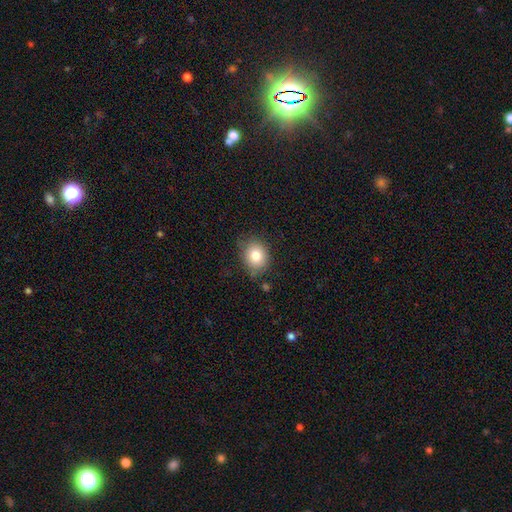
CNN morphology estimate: Smooth or featured?
  - smooth: 81% *
  - star or artifact: 10%
  - featured or disk: 9%
How rounded?
  - round: 60% *
  - in between: 39%
  - cigar-shaped: 1%
Merging?
  - none: 77% *
  - minor disturbance: 17%
  - major disturbance: 4%
  - merger: 2%